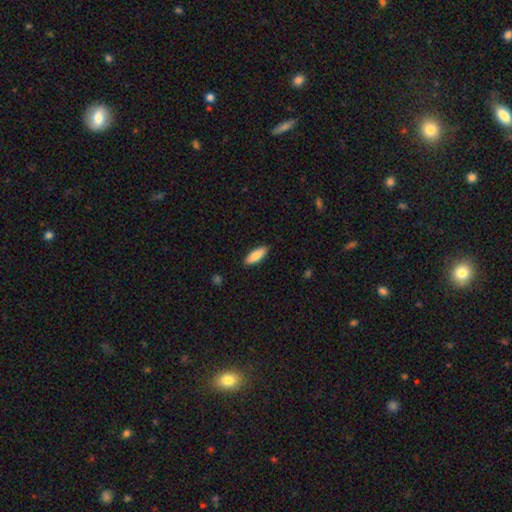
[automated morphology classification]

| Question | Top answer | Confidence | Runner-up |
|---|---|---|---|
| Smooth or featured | smooth | 81% | featured or disk (13%) |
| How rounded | in between | 63% | cigar-shaped (35%) |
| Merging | none | 88% | minor disturbance (9%) |